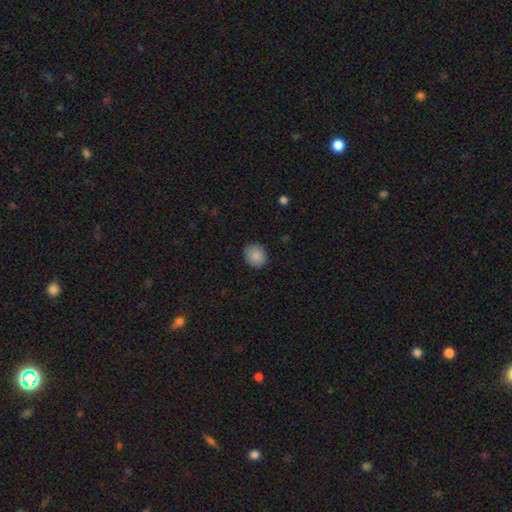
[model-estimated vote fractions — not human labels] A smooth galaxy with no disk features (89%) that is round (69%).

Vote fractions:
- Smooth or featured? smooth: 89% / star or artifact: 8% / featured or disk: 4%
- How rounded? round: 69% / in between: 30% / cigar-shaped: 1%
- Merging? none: 90% / minor disturbance: 7% / major disturbance: 2% / merger: 1%